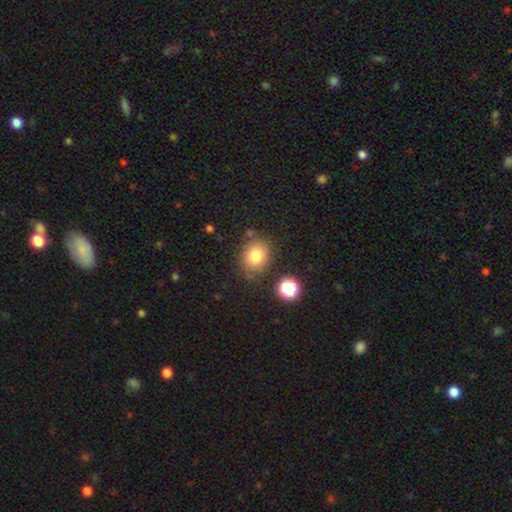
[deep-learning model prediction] smooth_or_featured: smooth (p=0.79) [alt: star or artifact p=0.12]
how_rounded: round (p=0.69) [alt: in between p=0.30]
merging: none (p=0.77) [alt: minor disturbance p=0.13]